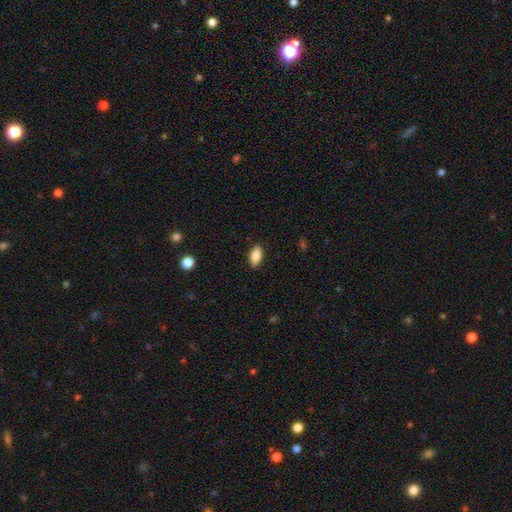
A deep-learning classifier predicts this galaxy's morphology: This appears to be a smooth galaxy with no disk features (85%) that is in between round and cigar-shaped (89%). Merging: none (88%).